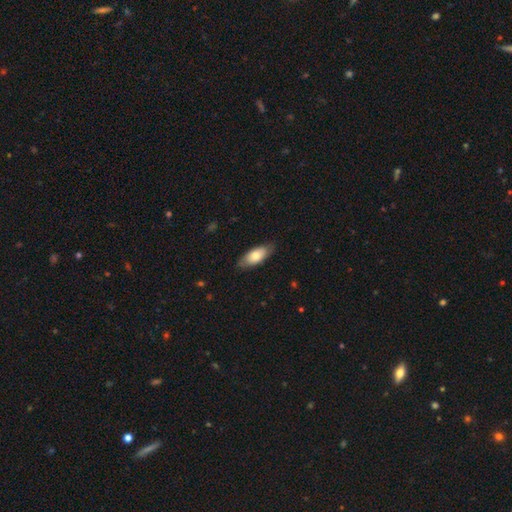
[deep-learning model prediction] The model was most divided on "smooth or featured": smooth: 75%, featured or disk: 20%, star or artifact: 6%. More confident: how rounded — in between (85%); merging — none (80%).